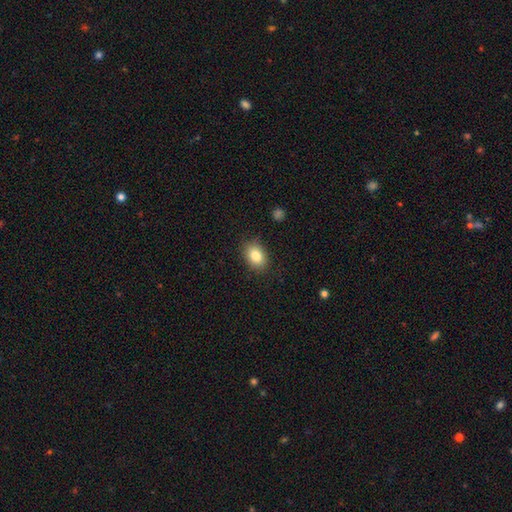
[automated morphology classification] smooth 84%, star or artifact 8%, featured or disk 8%. Down the decision tree: how rounded — in between (77%); merging — none (85%).